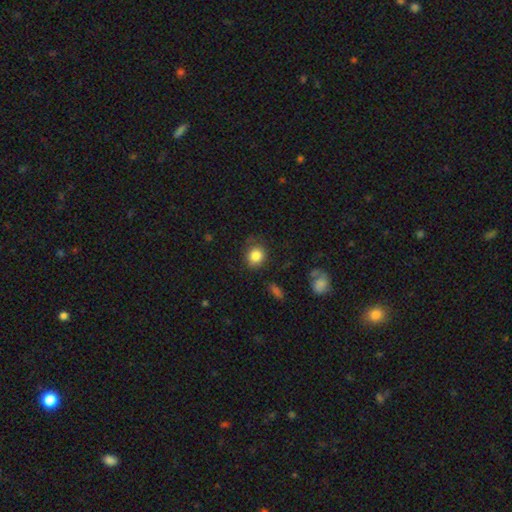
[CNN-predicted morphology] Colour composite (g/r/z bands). It shows a smooth galaxy with no disk features (84%) that is round (75%). Merging: none (73%).